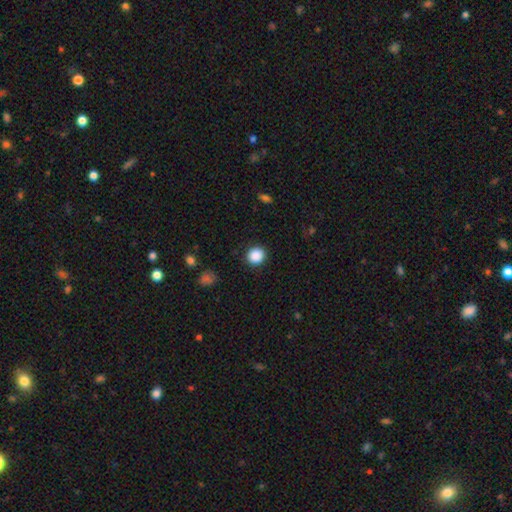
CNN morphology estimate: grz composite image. It shows a smooth galaxy with no disk features (88%) that is round (90%). Merging: none (90%).